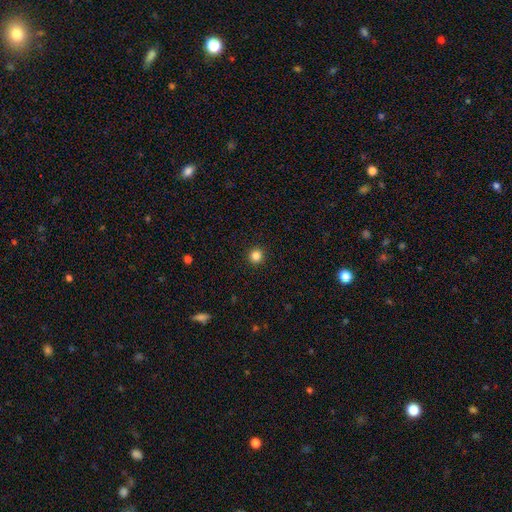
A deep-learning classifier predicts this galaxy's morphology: Smooth or featured? smooth (84%)
How rounded? round (95%)
Merging? none (94%)